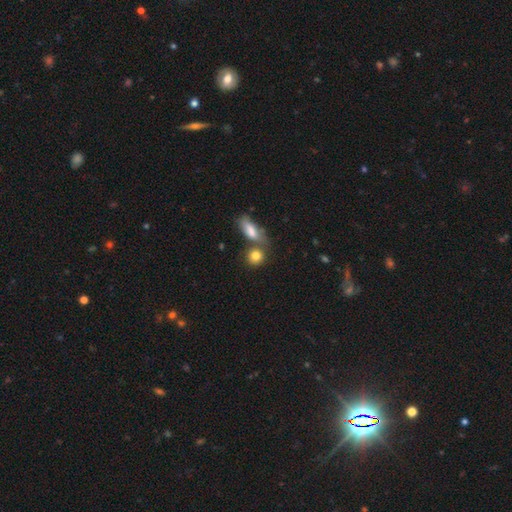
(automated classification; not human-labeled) smooth-or-featured: smooth: 82% | featured or disk: 9% | star or artifact: 9%
  how-rounded: round: 67% | in between: 28% | cigar-shaped: 5%
  merging: none: 56% | merger: 28% | minor disturbance: 11% | major disturbance: 4%